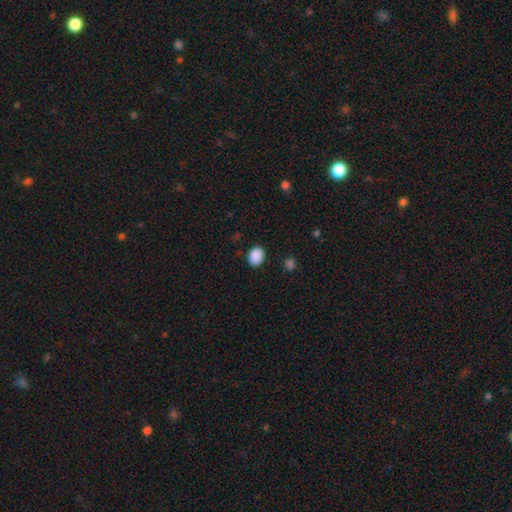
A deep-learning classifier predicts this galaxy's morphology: The model was most divided on "how rounded": in between: 53%, round: 46%, cigar-shaped: 1%. More confident: smooth or featured — smooth (89%); merging — none (86%).